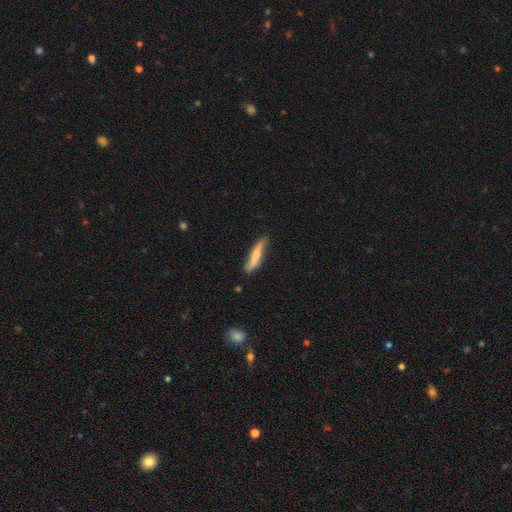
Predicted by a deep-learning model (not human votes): Q: Smooth or featured?
A: smooth (55%); runner-up: featured or disk (39%)
Q: How rounded?
A: cigar-shaped (85%); runner-up: in between (13%)
Q: Merging?
A: none (72%); runner-up: minor disturbance (21%)